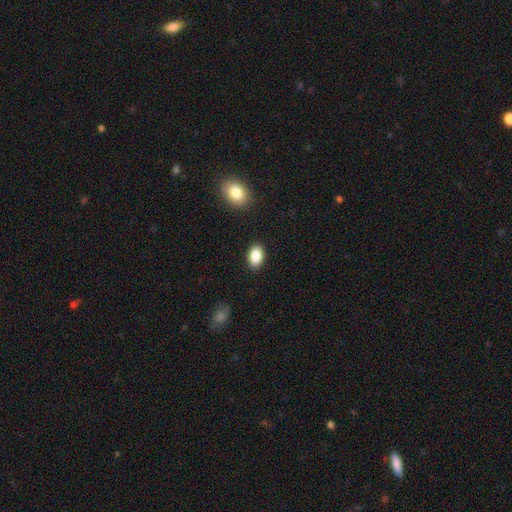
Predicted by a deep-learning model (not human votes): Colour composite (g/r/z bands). It shows a smooth galaxy with no disk features (88%) that is in between round and cigar-shaped (90%). Merging: none (89%).